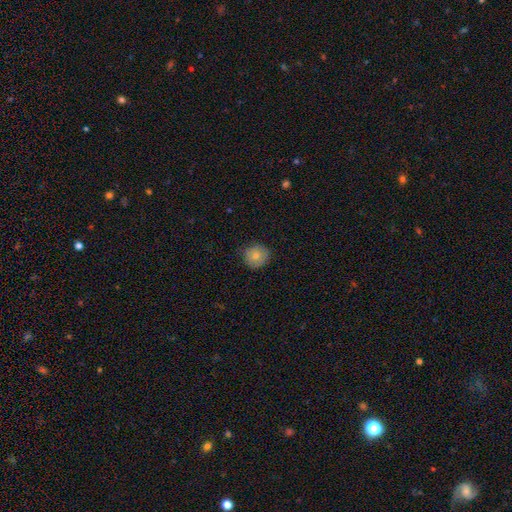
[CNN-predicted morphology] A smooth galaxy with no disk features (75%) that is round (91%).

Vote fractions:
- Smooth or featured? smooth: 75% / featured or disk: 16% / star or artifact: 8%
- How rounded? round: 91% / in between: 8% / cigar-shaped: 1%
- Merging? none: 82% / minor disturbance: 15% / major disturbance: 3% / merger: 1%